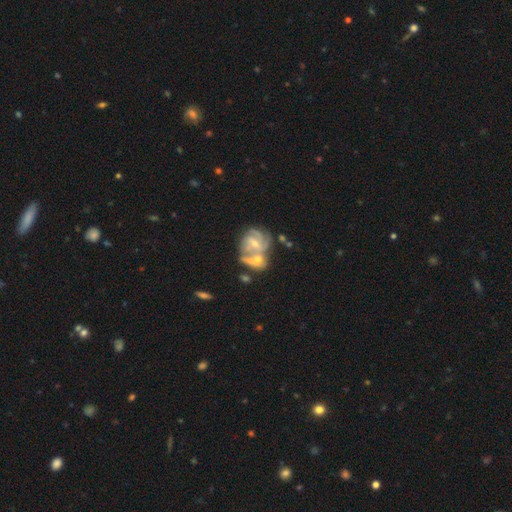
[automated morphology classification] Q: Smooth or featured?
A: featured or disk (75%); runner-up: smooth (17%)
Q: Edge-on disk?
A: no (97%); runner-up: yes (3%)
Q: Bar?
A: weak (44%); runner-up: no (42%)
Q: Spiral arms?
A: yes (87%); runner-up: no (13%)
Q: Spiral winding?
A: tight (47%); runner-up: medium (41%)
Q: Spiral arm count?
A: 2 (34%); runner-up: can't tell (29%)
Q: Bulge size?
A: small (55%); runner-up: moderate (39%)
Q: Merging?
A: merger (53%); runner-up: none (29%)